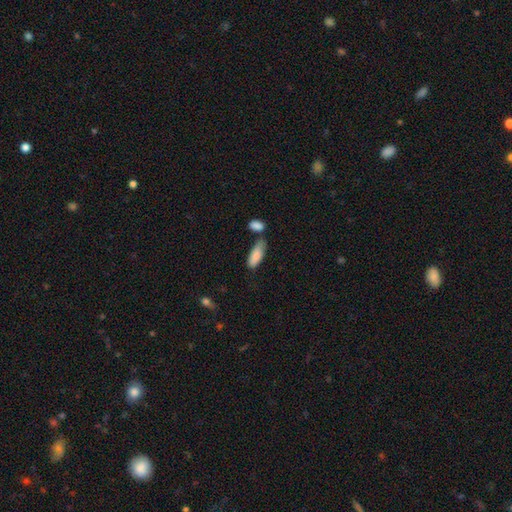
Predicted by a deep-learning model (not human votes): Q: Smooth or featured?
A: smooth (86%); runner-up: featured or disk (8%)
Q: How rounded?
A: in between (72%); runner-up: cigar-shaped (26%)
Q: Merging?
A: none (48%); runner-up: minor disturbance (24%)